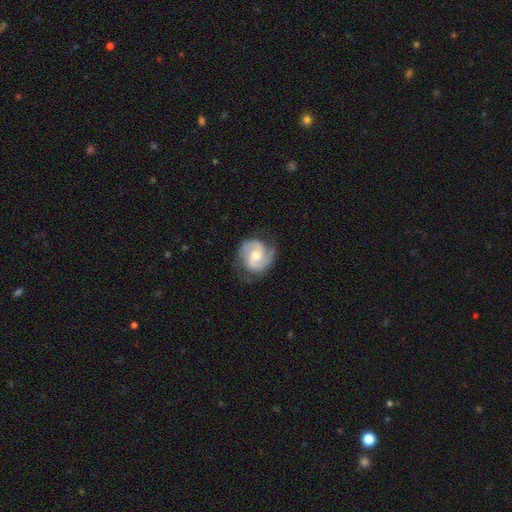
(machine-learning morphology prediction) type=featured or disk (82%); edge-on=no (98%); bar=no (49%); spiral arms=yes (97%); winding=medium (52%); arm count=2 (86%); bulge=moderate (61%); merging=none (74%).